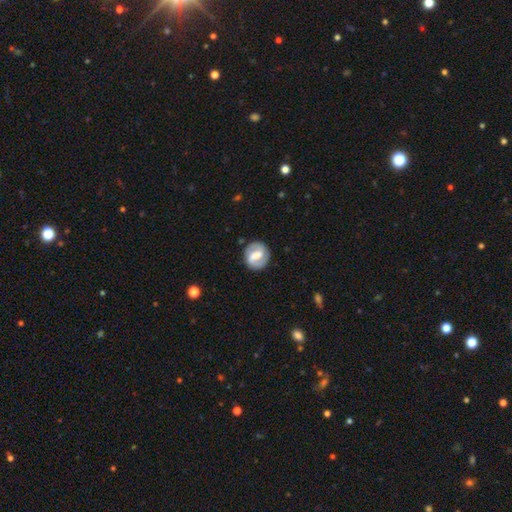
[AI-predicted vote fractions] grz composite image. It shows a featured or disk galaxy (71%) with a strong bar (46%), 2 (87%) medium (42%) spiral arms (84%) and a moderate central bulge (43%). Merging: none (85%).